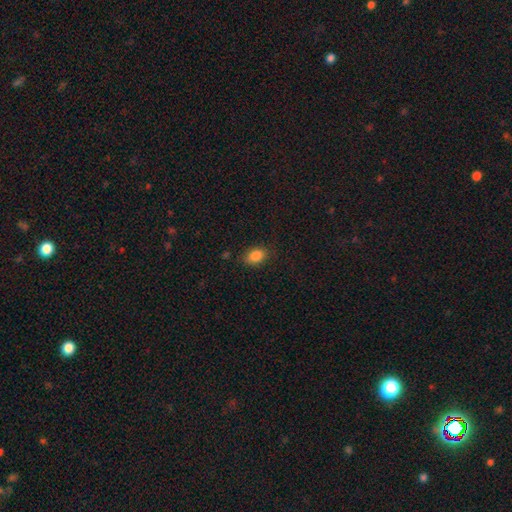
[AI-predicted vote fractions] Q: Smooth or featured?
A: smooth (85%); runner-up: star or artifact (10%)
Q: How rounded?
A: in between (79%); runner-up: round (19%)
Q: Merging?
A: none (82%); runner-up: minor disturbance (13%)